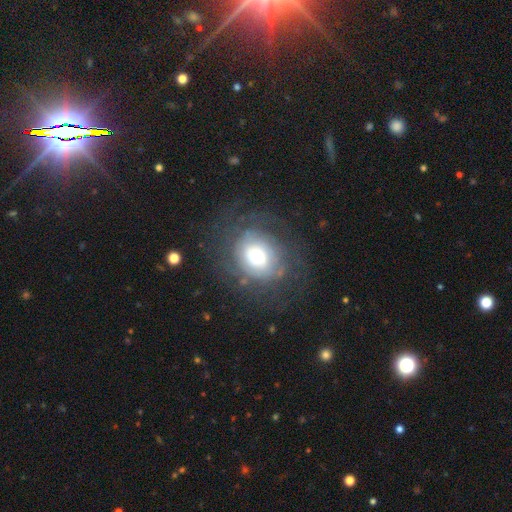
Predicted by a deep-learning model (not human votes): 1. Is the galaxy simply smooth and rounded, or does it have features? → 56% featured or disk, 33% smooth, 10% star or artifact.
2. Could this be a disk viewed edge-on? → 97% no, 3% yes.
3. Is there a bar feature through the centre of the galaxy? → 75% no, 20% weak, 5% strong.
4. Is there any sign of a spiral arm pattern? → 72% yes, 28% no.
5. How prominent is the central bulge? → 39% large, 38% moderate, 12% small, 9% dominant, 2% none.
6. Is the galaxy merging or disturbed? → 63% none, 18% minor disturbance, 17% major disturbance, 2% merger.